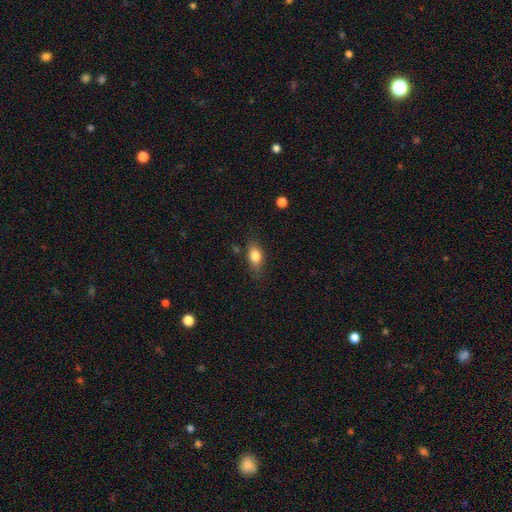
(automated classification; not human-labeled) smooth-or-featured: smooth: 79% | featured or disk: 12% | star or artifact: 8%
  how-rounded: in between: 79% | round: 12% | cigar-shaped: 9%
  merging: none: 75% | minor disturbance: 18% | major disturbance: 4% | merger: 2%